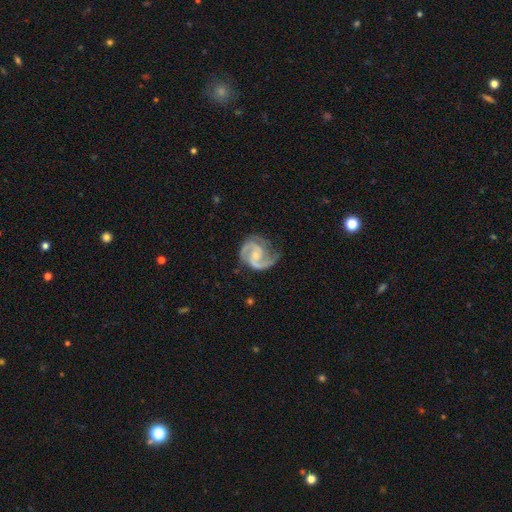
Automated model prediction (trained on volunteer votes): Smooth or featured: featured or disk — 92% (smooth — 4%)
Edge-on disk: no — 98% (yes — 2%)
Bar: no — 54% (weak — 37%)
Spiral arms: yes — 98% (no — 2%)
Spiral winding: medium — 59% (tight — 29%)
Spiral arm count: 2 — 87% (3 — 6%)
Bulge size: small — 60% (moderate — 30%)
Merging: none — 69% (minor disturbance — 20%)